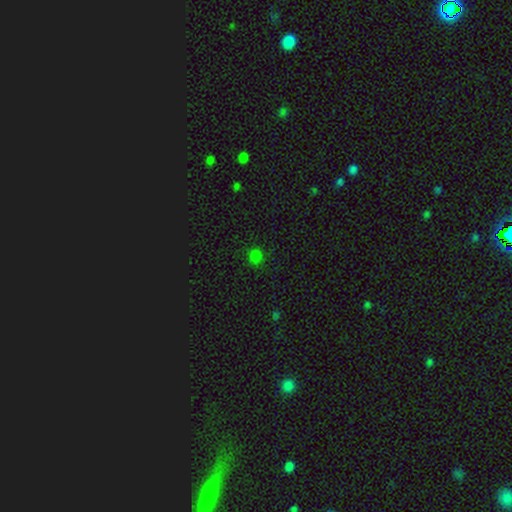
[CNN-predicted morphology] smooth 77%, star or artifact 20%, featured or disk 3%. Down the decision tree: how rounded — round (84%); merging — none (88%).